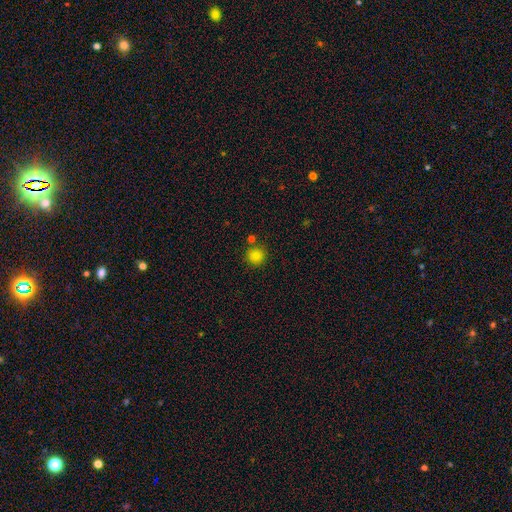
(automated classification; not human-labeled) Smooth or featured?
  - smooth: 83% *
  - star or artifact: 12%
  - featured or disk: 5%
How rounded?
  - round: 94% *
  - in between: 5%
  - cigar-shaped: 1%
Merging?
  - none: 82% *
  - minor disturbance: 8%
  - merger: 8%
  - major disturbance: 2%